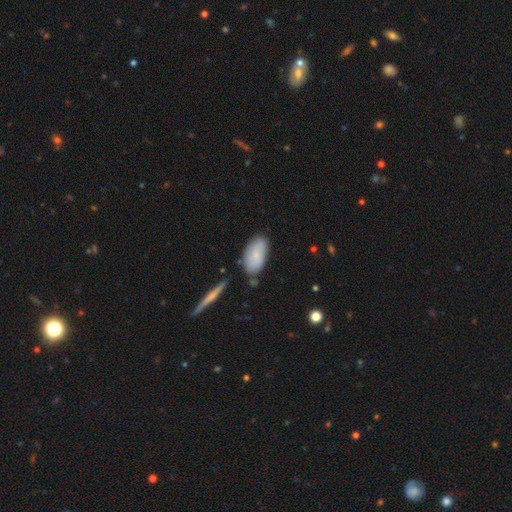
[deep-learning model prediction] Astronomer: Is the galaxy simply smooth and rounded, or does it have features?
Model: smooth — 77%.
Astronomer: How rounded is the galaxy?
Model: in between — 93%.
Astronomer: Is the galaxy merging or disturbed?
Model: none — 71%.